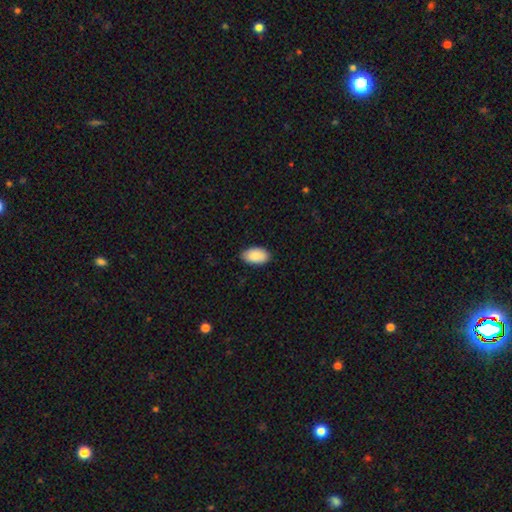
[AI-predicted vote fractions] Smooth or featured? Predicted: smooth (p=0.90). How rounded? Predicted: in between (p=0.95). Merging? Predicted: none (p=0.87).